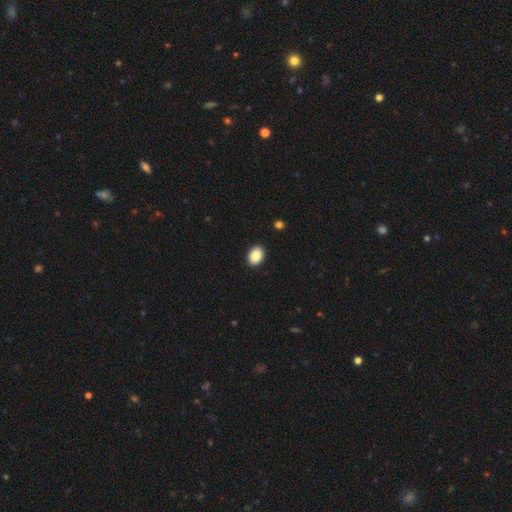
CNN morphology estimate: This is clearly a smooth galaxy (88%). How rounded: clearly in between (80%). Merging: clearly none (91%).